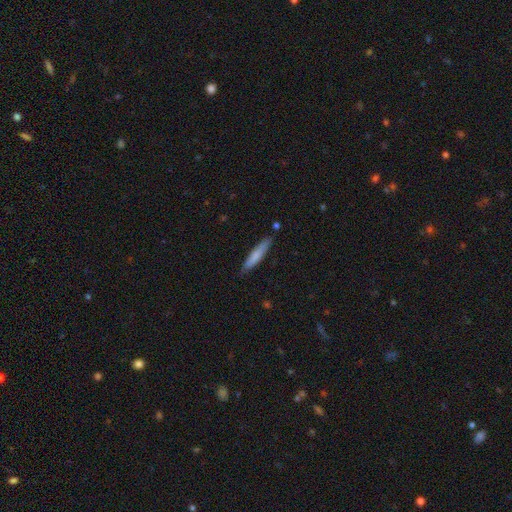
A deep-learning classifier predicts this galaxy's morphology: A smooth galaxy with no disk features (74%) that is cigar-shaped (89%). Merging: none (82%).